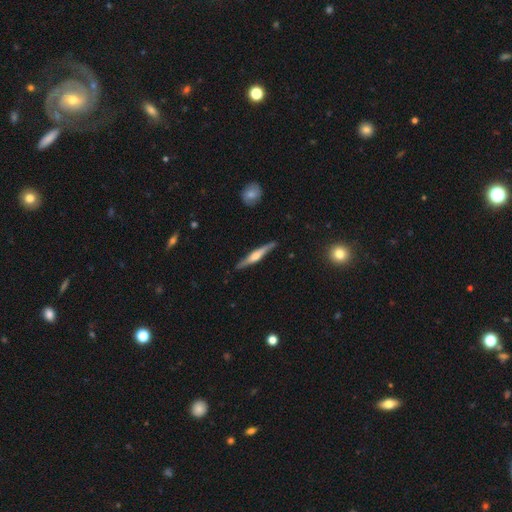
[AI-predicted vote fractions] Smooth or featured? featured or disk (71%)
Edge-on disk? yes (97%)
Edge-on bulge? rounded (70%)
Merging? none (87%)